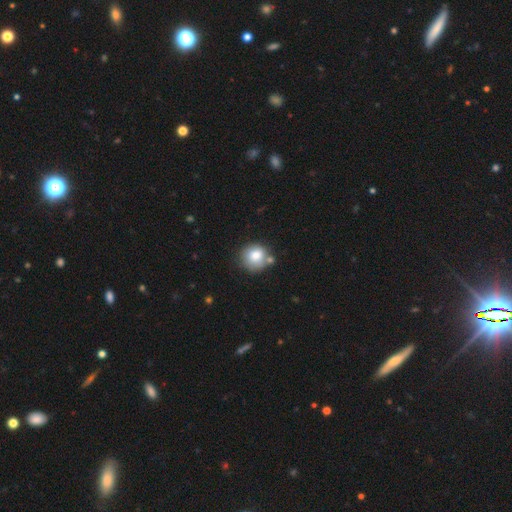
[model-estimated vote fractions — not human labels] Q: Smooth or featured?
A: smooth (80%); runner-up: featured or disk (11%)
Q: How rounded?
A: round (87%); runner-up: in between (12%)
Q: Merging?
A: none (64%); runner-up: merger (16%)